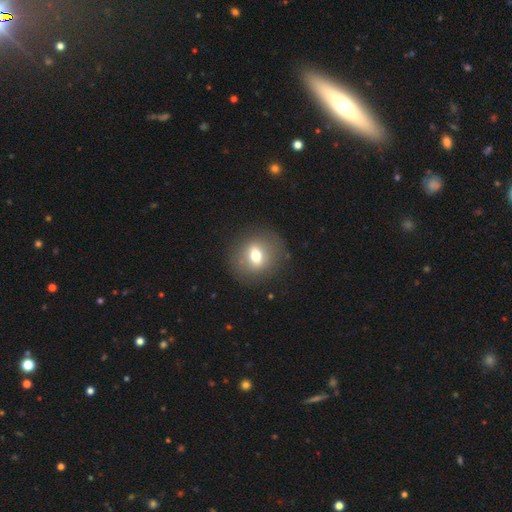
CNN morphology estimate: smooth_or_featured: smooth (p=0.62) [alt: featured or disk p=0.28]
how_rounded: round (p=0.71) [alt: in between p=0.28]
merging: none (p=0.85) [alt: minor disturbance p=0.09]